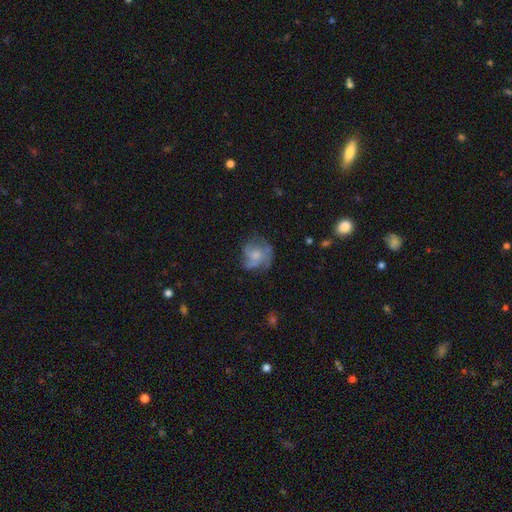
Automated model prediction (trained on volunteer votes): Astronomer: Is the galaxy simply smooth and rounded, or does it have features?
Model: featured or disk — 55% (runner-up: smooth, 36%).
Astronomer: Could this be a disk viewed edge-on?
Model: no — 98%.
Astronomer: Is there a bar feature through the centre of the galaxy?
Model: no — 80%.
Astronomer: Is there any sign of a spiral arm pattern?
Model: yes — 71%.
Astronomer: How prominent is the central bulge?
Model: moderate — 43% (runner-up: small, 42%).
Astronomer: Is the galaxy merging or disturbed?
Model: none — 57%.